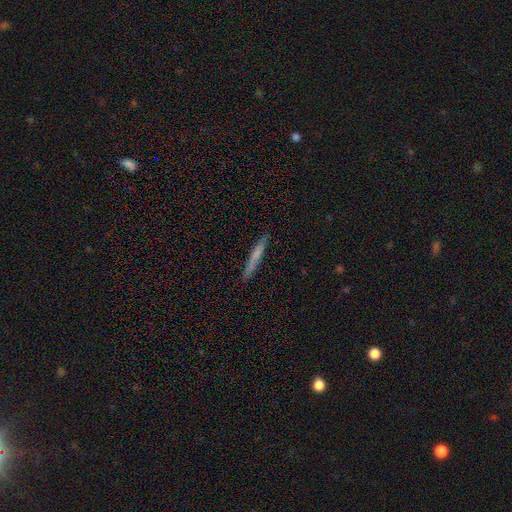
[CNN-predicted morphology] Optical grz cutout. It shows a smooth galaxy with no disk features (62%) that is cigar-shaped (96%). Merging: none (89%).